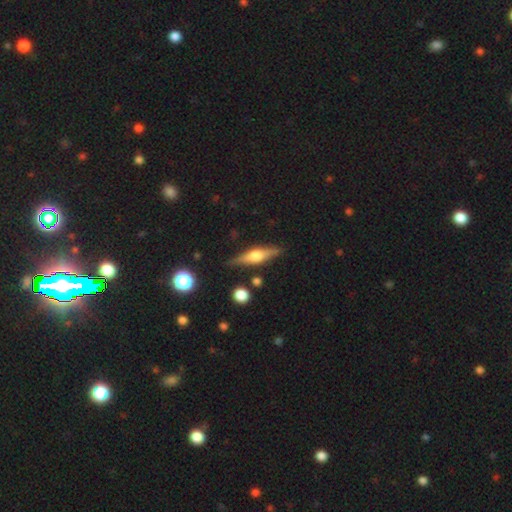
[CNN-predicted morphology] Smooth or featured? featured or disk (64%)
Edge-on disk? yes (95%)
Edge-on bulge? rounded (92%)
Merging? none (84%)